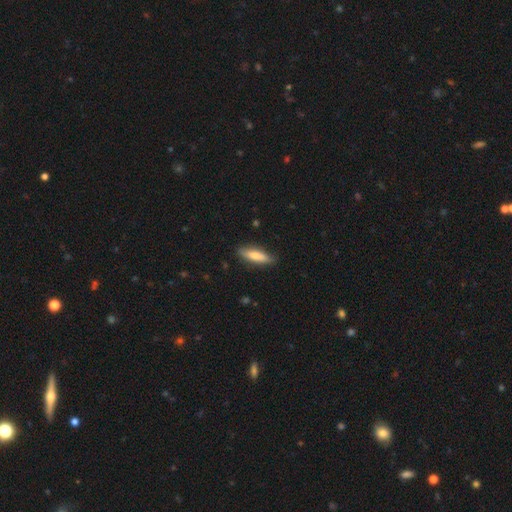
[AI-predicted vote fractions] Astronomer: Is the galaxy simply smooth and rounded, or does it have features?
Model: smooth — 72%.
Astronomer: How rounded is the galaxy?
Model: cigar-shaped — 61% (runner-up: in between, 37%).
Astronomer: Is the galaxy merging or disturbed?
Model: none — 84%.